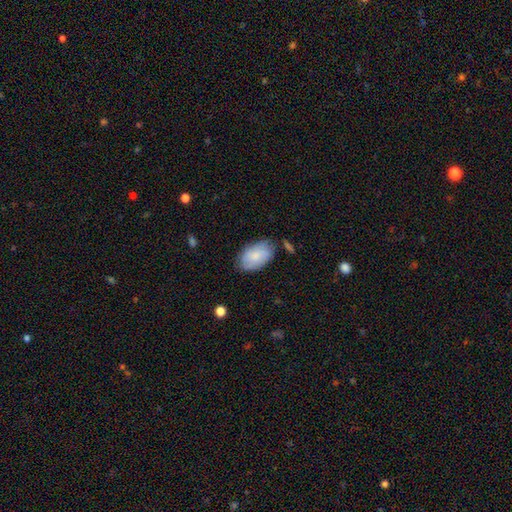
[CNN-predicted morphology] Smooth or featured?
  - smooth: 76% *
  - featured or disk: 18%
  - star or artifact: 6%
How rounded?
  - in between: 94% *
  - round: 5%
  - cigar-shaped: 1%
Merging?
  - none: 73% *
  - minor disturbance: 20%
  - major disturbance: 4%
  - merger: 3%